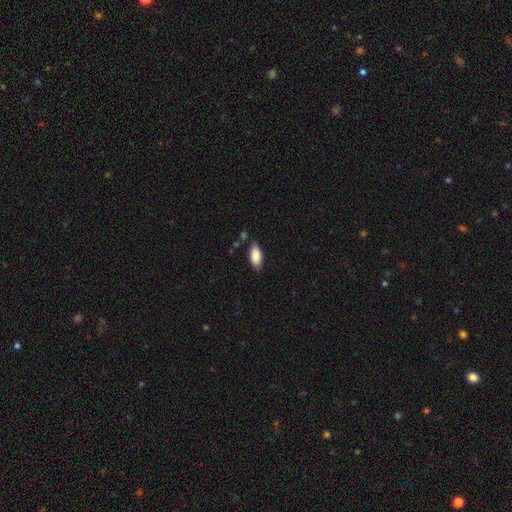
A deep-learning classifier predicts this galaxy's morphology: This appears to be a smooth galaxy with no disk features (86%) that is in between round and cigar-shaped (90%). Merging: none (76%).